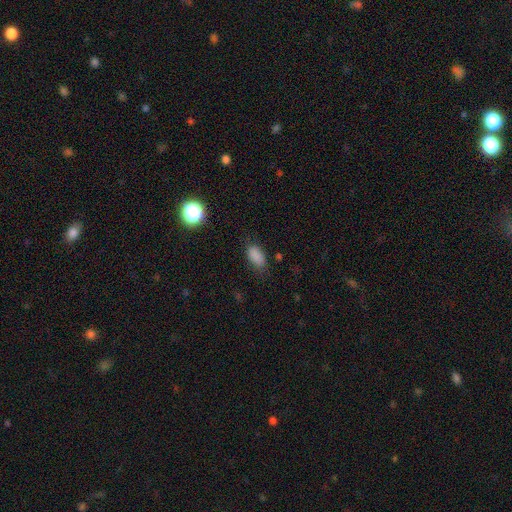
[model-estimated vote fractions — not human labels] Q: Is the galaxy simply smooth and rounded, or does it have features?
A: smooth — 84%.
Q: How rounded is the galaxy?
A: in between — 92%.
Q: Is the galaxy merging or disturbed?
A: none — 74%.